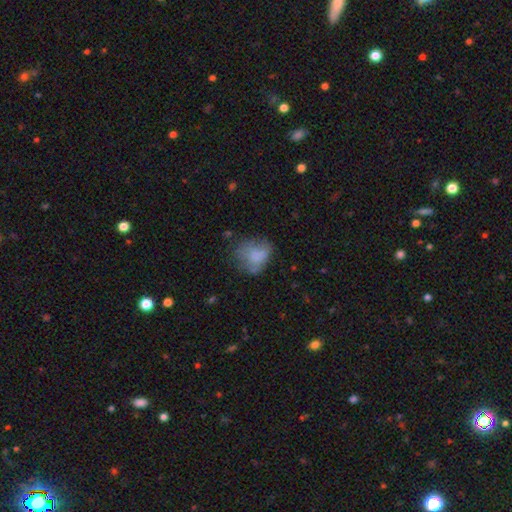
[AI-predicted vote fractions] smooth-or-featured: smooth: 69% | featured or disk: 20% | star or artifact: 10%
  how-rounded: in between: 52% | round: 47% | cigar-shaped: 1%
  merging: none: 43% | minor disturbance: 29% | major disturbance: 24% | merger: 5%